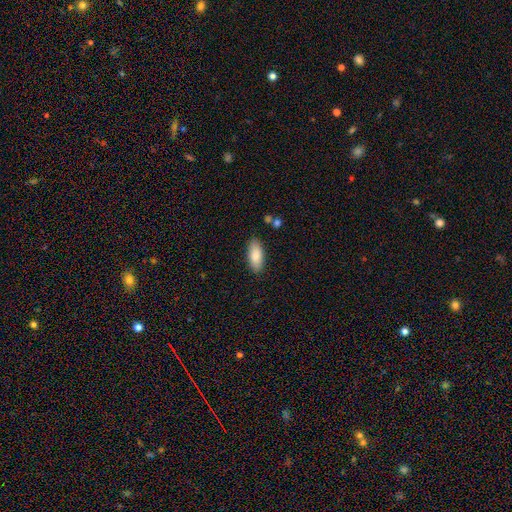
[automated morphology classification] Smooth or featured? smooth (86%)
How rounded? in between (83%)
Merging? none (86%)